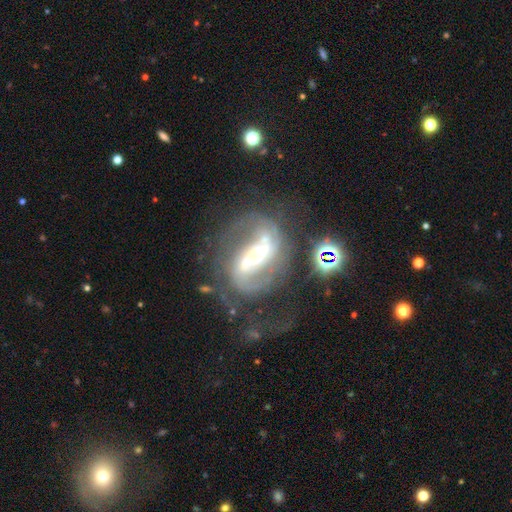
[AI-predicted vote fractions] Overall: featured or disk (87%). Edge-on disk: no (96%). Bar: strong (61%; weak 26%). Spiral arms: yes (94%). Spiral arm count: 2 (82%). Spiral winding: medium (47%; loose 32%). Bulge size: small (56%; moderate 35%). Merging: none (51%; major disturbance 24%).